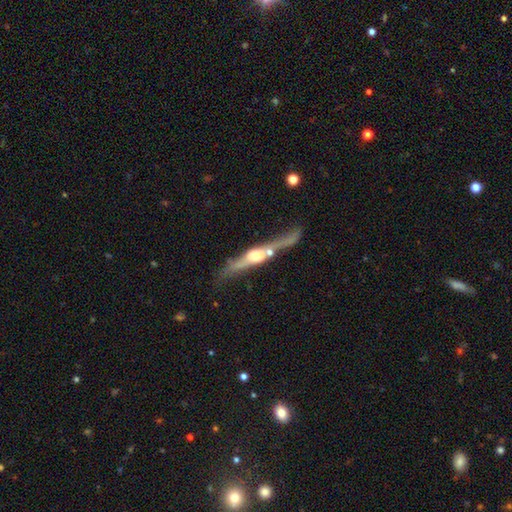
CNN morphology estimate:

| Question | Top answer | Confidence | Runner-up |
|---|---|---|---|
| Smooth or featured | featured or disk | 76% | smooth (19%) |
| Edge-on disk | yes | 89% | no (11%) |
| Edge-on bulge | rounded | 88% | boxy (7%) |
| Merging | none | 59% | minor disturbance (19%) |